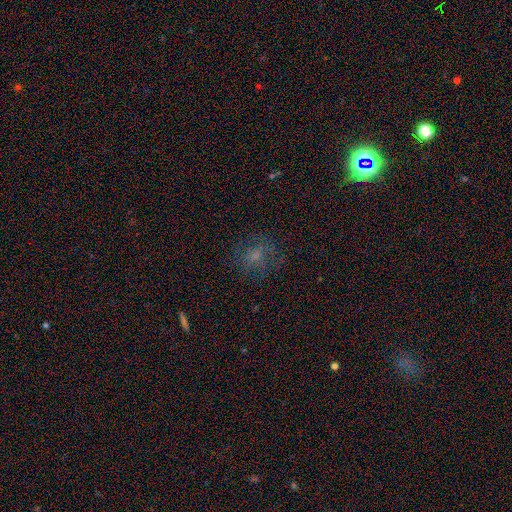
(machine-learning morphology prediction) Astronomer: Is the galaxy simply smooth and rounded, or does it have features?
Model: smooth — 53%.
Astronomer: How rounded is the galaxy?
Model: round — 73%.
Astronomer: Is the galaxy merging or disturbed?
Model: none — 72%.